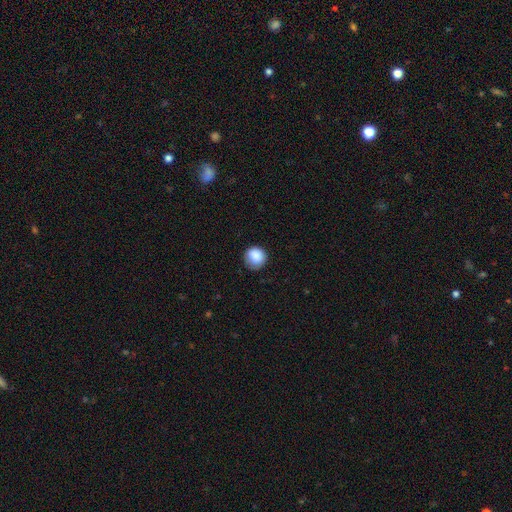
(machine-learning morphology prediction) smooth 87%, star or artifact 8%, featured or disk 5%. Down the decision tree: how rounded — round (91%); merging — none (77%).